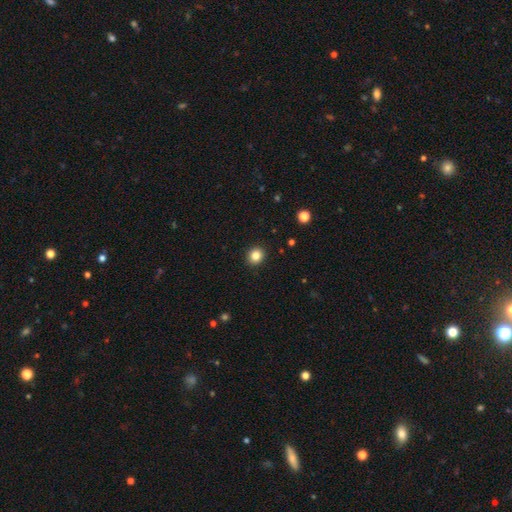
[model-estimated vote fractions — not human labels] A smooth galaxy with no disk features (84%) that is round (80%).

Vote fractions:
- Smooth or featured? smooth: 84% / star or artifact: 11% / featured or disk: 5%
- How rounded? round: 80% / in between: 19% / cigar-shaped: 1%
- Merging? none: 92% / minor disturbance: 5% / major disturbance: 2% / merger: 1%